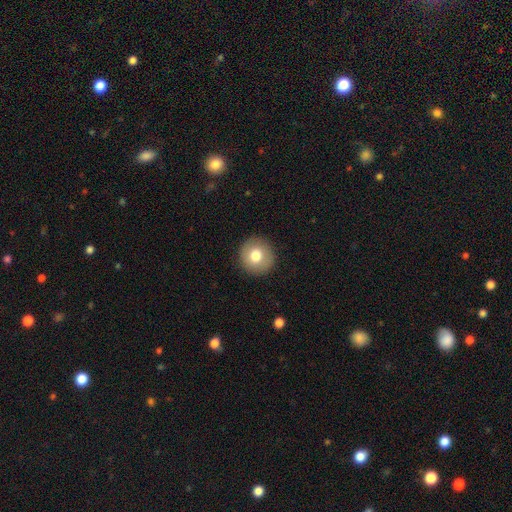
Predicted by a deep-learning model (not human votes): A smooth galaxy with no disk features (77%) that is round (93%).

Vote fractions:
- Smooth or featured? smooth: 77% / featured or disk: 15% / star or artifact: 8%
- How rounded? round: 93% / in between: 6% / cigar-shaped: 1%
- Merging? none: 91% / minor disturbance: 6% / major disturbance: 2% / merger: 1%